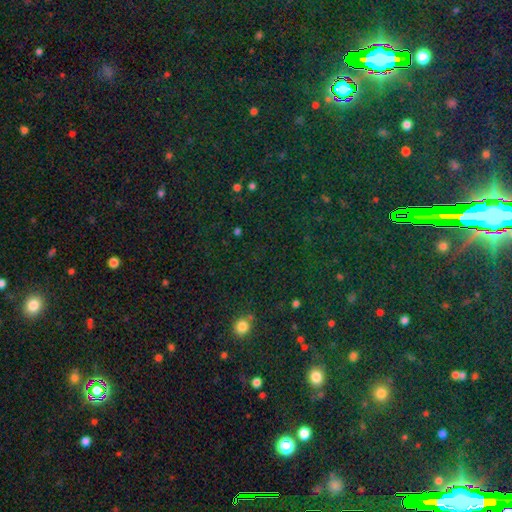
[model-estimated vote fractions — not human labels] Overall: star or artifact (72%).